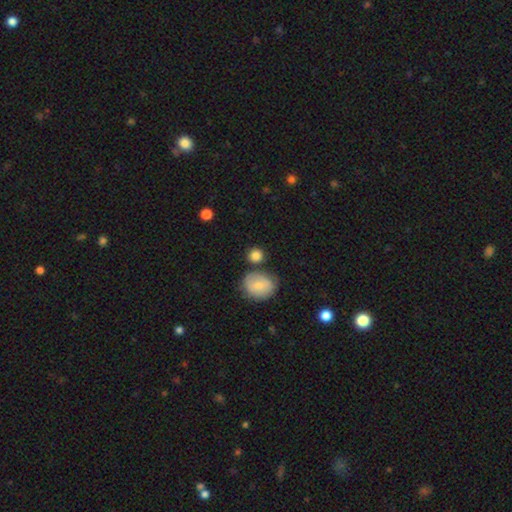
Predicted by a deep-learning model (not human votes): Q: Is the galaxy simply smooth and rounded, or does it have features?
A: smooth — 83%.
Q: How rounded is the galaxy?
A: round — 85%.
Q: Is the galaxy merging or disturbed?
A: none — 74%.